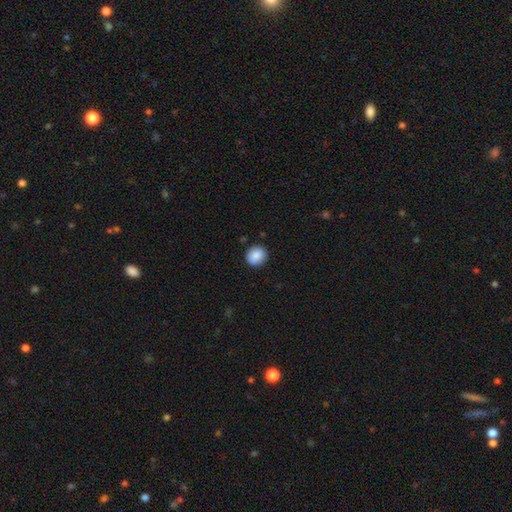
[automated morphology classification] The model was most divided on "how rounded": round: 79%, in between: 20%, cigar-shaped: 1%. More confident: merging — none (88%); smooth or featured — smooth (87%).